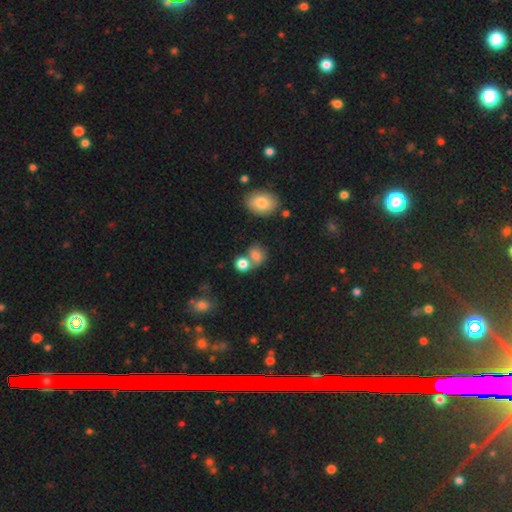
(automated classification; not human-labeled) A smooth galaxy with no disk features (77%) that is round (56%). Merging: none (45%).